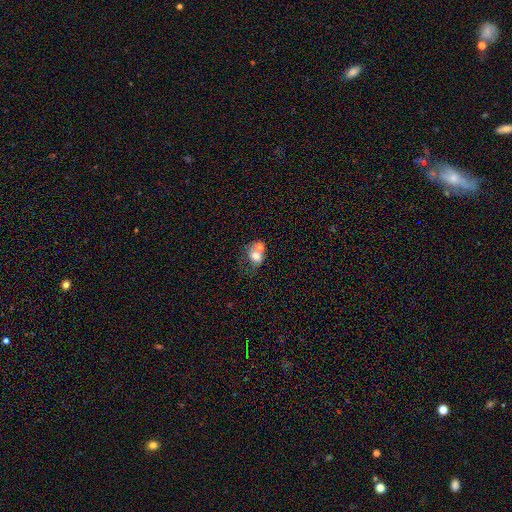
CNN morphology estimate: Q: Smooth or featured?
A: smooth (68%); runner-up: featured or disk (21%)
Q: How rounded?
A: in between (52%); runner-up: round (47%)
Q: Merging?
A: merger (56%); runner-up: none (24%)